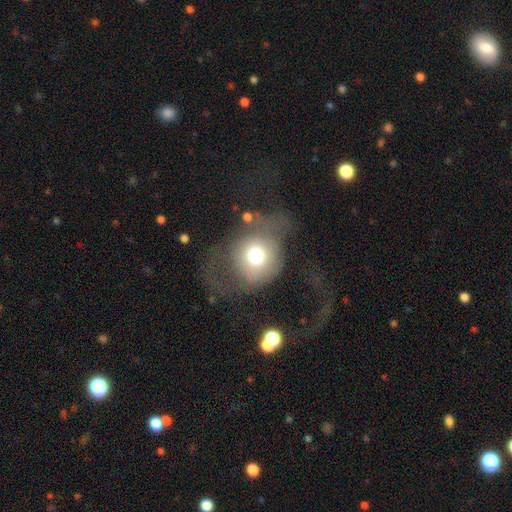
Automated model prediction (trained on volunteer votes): smooth_or_featured: smooth (p=0.62) [alt: featured or disk p=0.25]
how_rounded: round (p=0.84) [alt: in between p=0.15]
merging: major disturbance (p=0.44) [alt: none p=0.34]